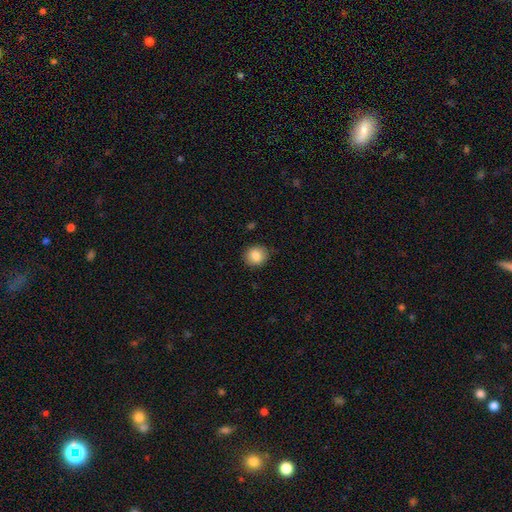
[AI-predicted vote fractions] smooth 85%, star or artifact 9%, featured or disk 6%. Down the decision tree: how rounded — round (83%); merging — none (88%).